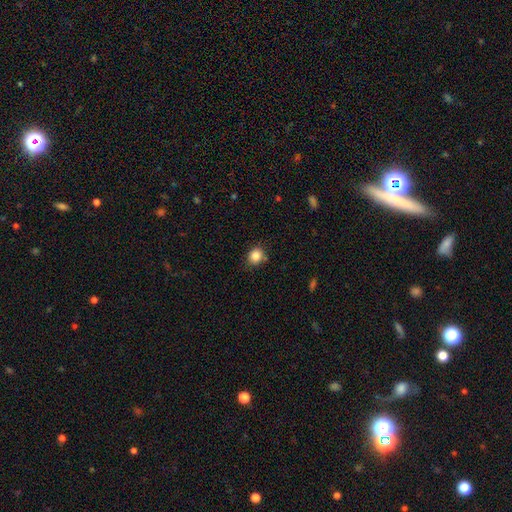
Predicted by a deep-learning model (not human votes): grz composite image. It shows a smooth galaxy with no disk features (84%) that is round (72%). Merging: none (77%).